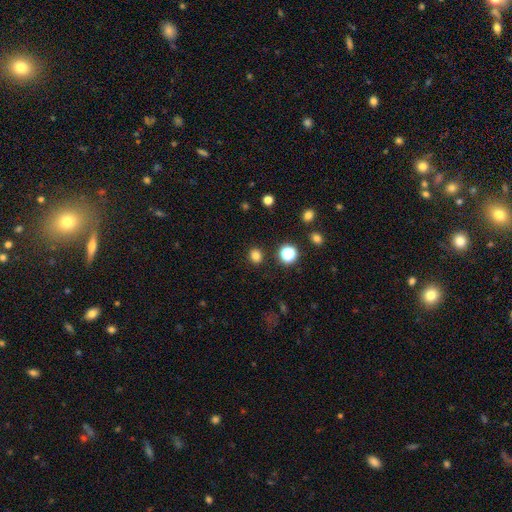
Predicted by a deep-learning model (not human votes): Smooth or featured: smooth — 80% (star or artifact — 15%)
How rounded: round — 75% (in between — 24%)
Merging: none — 89% (minor disturbance — 7%)